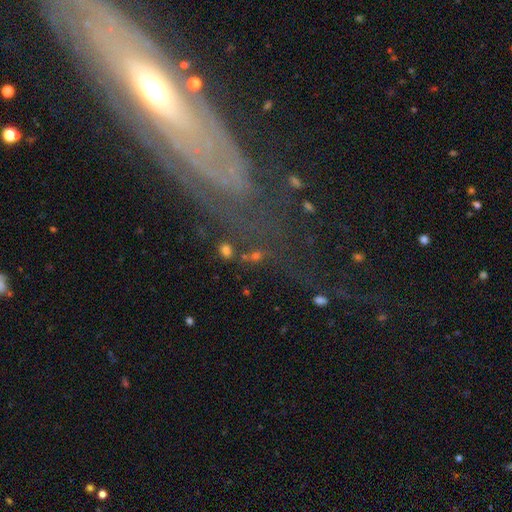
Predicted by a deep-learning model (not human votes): Morphology: type=smooth (34%); merging=none (59%).